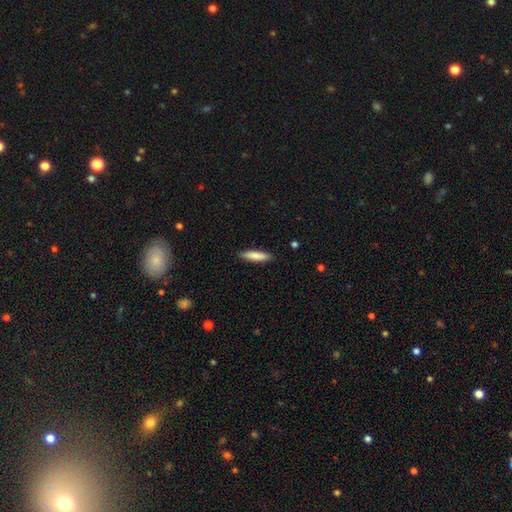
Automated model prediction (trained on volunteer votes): smooth_or_featured: smooth (p=0.83) [alt: featured or disk p=0.12]
how_rounded: cigar-shaped (p=0.75) [alt: in between p=0.23]
merging: none (p=0.89) [alt: minor disturbance p=0.08]